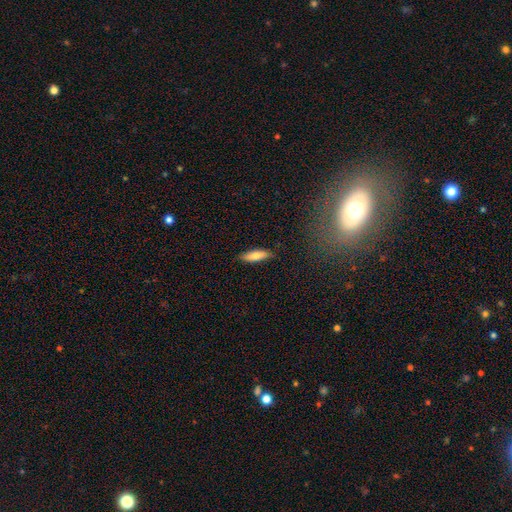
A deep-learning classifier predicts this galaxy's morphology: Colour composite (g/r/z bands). It shows a smooth galaxy with no disk features (78%) that is cigar-shaped (51%). Merging: none (83%).